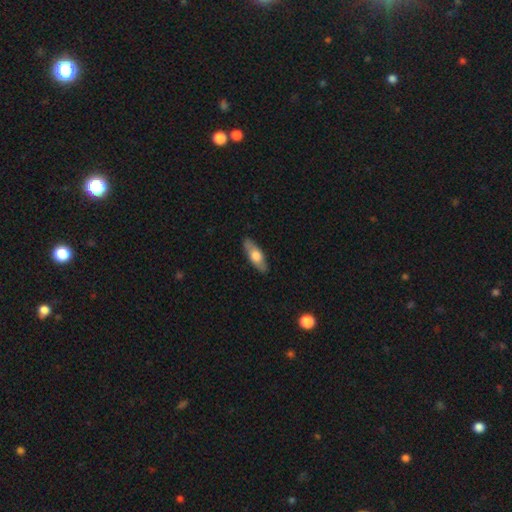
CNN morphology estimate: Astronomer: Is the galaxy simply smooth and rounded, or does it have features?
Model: smooth — 57% (runner-up: featured or disk, 38%).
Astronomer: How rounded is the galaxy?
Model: in between — 60% (runner-up: cigar-shaped, 37%).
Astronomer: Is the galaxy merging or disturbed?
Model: none — 87%.